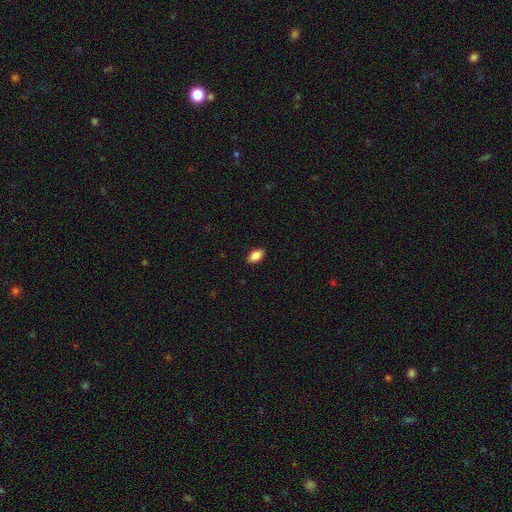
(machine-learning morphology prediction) Smooth or featured?
  - smooth: 87% *
  - star or artifact: 7%
  - featured or disk: 6%
How rounded?
  - in between: 92% *
  - round: 4%
  - cigar-shaped: 3%
Merging?
  - none: 89% *
  - minor disturbance: 8%
  - major disturbance: 2%
  - merger: 1%